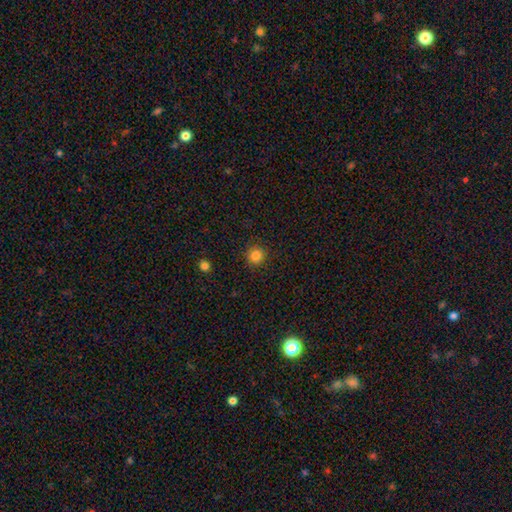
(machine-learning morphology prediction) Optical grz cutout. It shows a smooth galaxy with no disk features (84%) that is round (94%). Merging: none (90%).